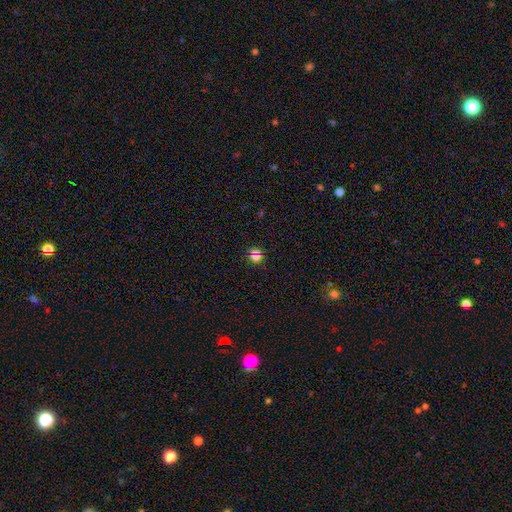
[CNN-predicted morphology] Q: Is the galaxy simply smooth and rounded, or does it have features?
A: smooth — 56%.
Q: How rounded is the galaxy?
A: round — 90%.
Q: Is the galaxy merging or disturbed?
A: none — 82%.